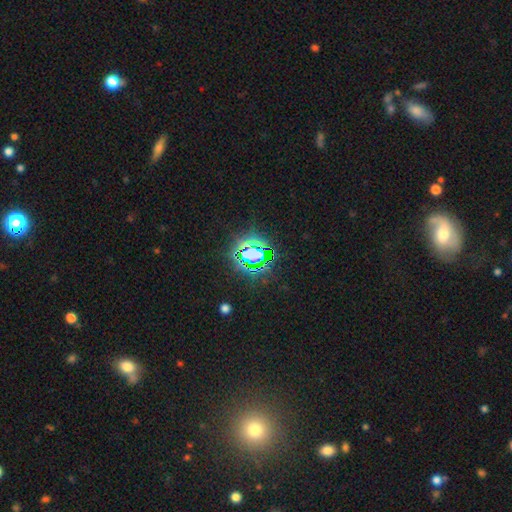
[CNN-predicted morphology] smooth-or-featured: star or artifact: 76% | smooth: 14% | featured or disk: 10%